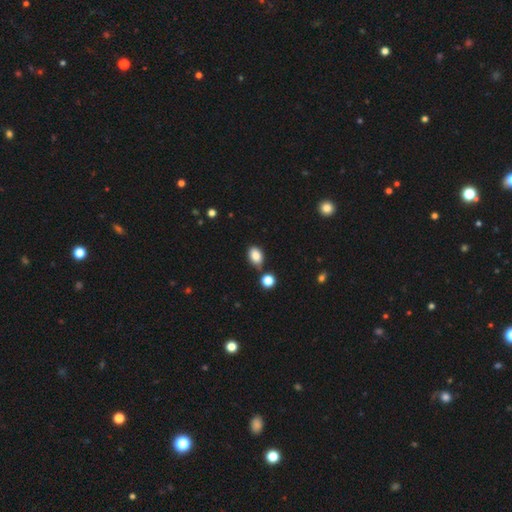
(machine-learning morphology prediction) Overall: smooth (86%). How rounded: in between (86%). Merging: none (77%).